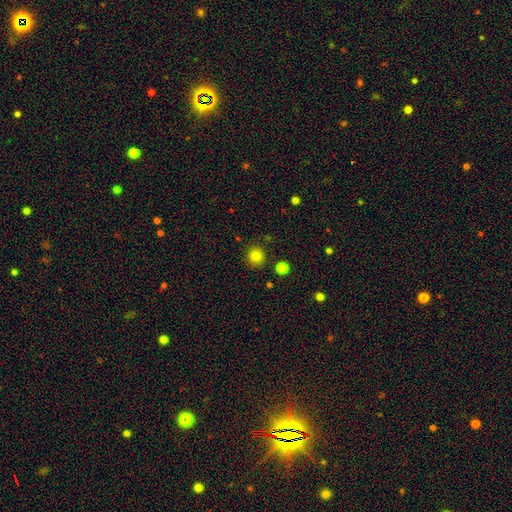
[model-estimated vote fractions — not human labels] smooth-or-featured: smooth: 81% | star or artifact: 13% | featured or disk: 6%
  how-rounded: round: 93% | in between: 7% | cigar-shaped: 1%
  merging: none: 89% | minor disturbance: 6% | merger: 2% | major disturbance: 2%